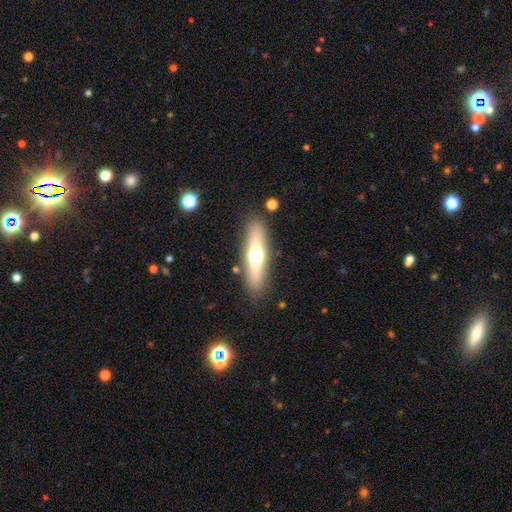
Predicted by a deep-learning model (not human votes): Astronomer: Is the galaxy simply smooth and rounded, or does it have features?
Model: smooth — 51% (runner-up: featured or disk, 43%).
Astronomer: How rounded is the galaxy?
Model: cigar-shaped — 67%.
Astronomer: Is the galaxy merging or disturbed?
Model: none — 86%.